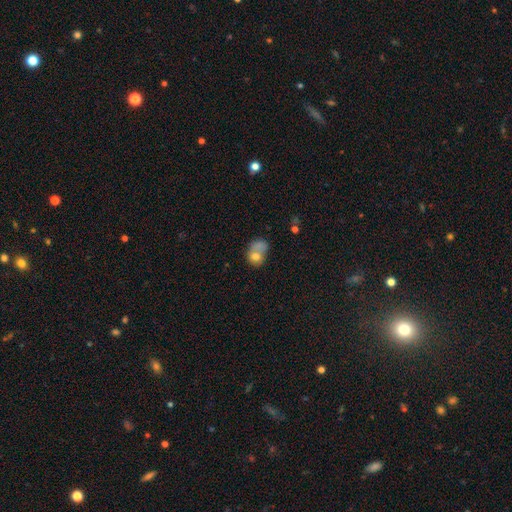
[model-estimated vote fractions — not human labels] This appears to be a smooth galaxy with no disk features (69%) that is in between round and cigar-shaped (55%). Merging: merger (50%).